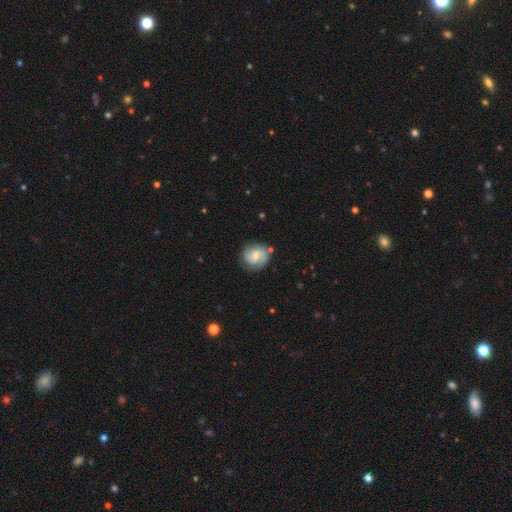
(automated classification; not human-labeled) A featured or disk galaxy (69%) with no bar (47%), 2 (71%) medium (45%) spiral arms (93%) and a small central bulge (48%). Merging: none (76%).